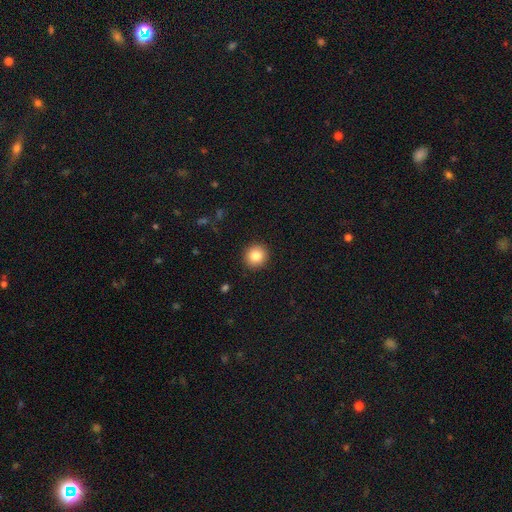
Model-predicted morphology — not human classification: Overall: smooth (83%). How rounded: round (91%). Merging: none (92%).